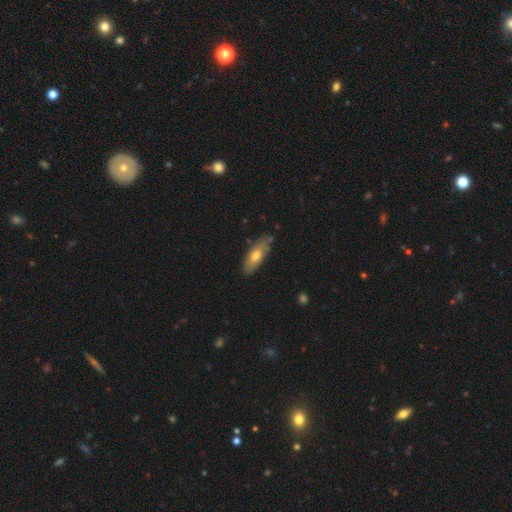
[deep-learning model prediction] smooth 61%, featured or disk 33%, star or artifact 6%. Down the decision tree: how rounded — in between (66%); merging — none (77%).